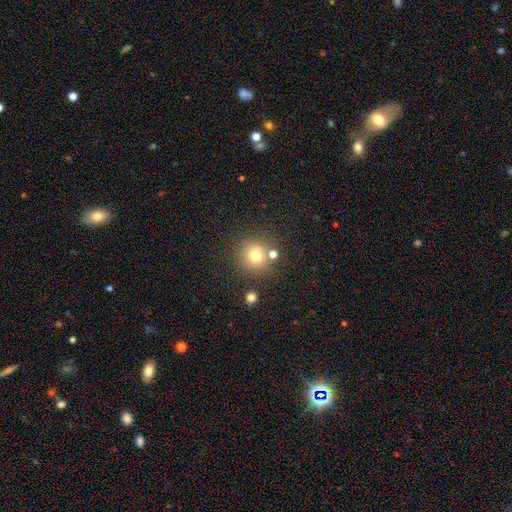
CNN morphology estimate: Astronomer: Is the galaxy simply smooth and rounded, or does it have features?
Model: smooth — 74%.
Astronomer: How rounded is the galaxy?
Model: round — 92%.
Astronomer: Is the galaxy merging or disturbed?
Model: none — 75%.